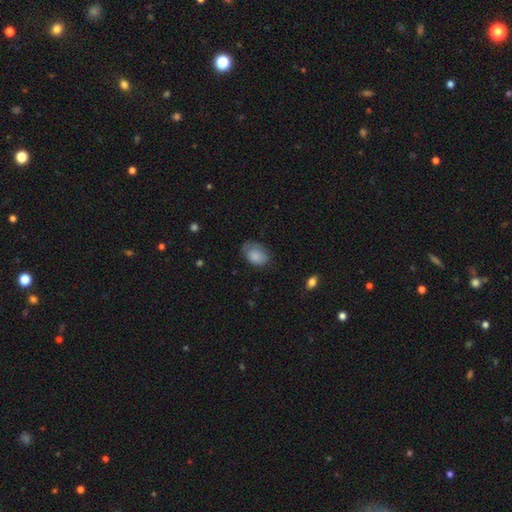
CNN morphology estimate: smooth-or-featured: smooth: 84% | featured or disk: 9% | star or artifact: 7%
  how-rounded: in between: 82% | round: 17% | cigar-shaped: 1%
  merging: none: 59% | minor disturbance: 30% | major disturbance: 9% | merger: 1%